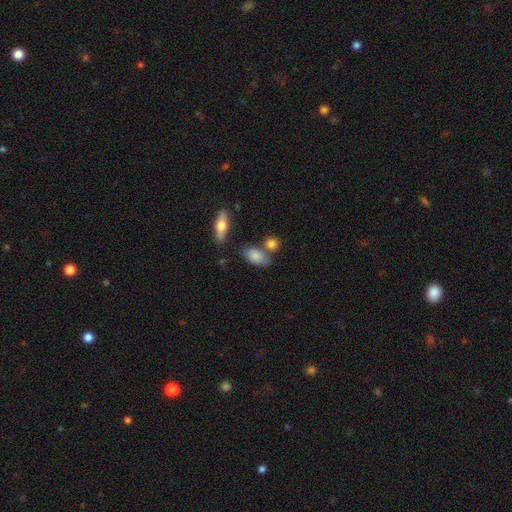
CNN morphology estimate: A smooth galaxy with no disk features (81%) that is in between round and cigar-shaped (86%).

Vote fractions:
- Smooth or featured? smooth: 81% / featured or disk: 11% / star or artifact: 8%
- How rounded? in between: 86% / round: 9% / cigar-shaped: 5%
- Merging? none: 61% / merger: 17% / minor disturbance: 17% / major disturbance: 5%